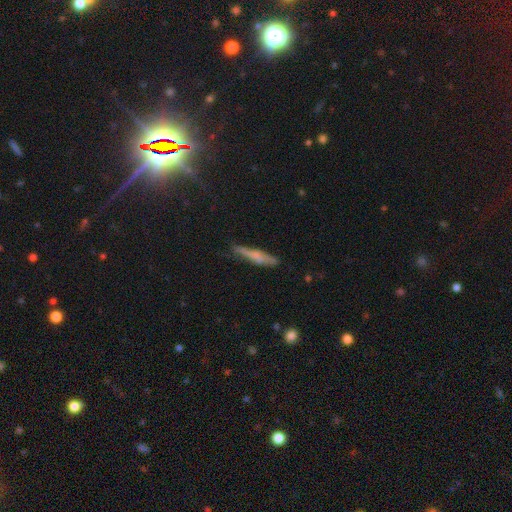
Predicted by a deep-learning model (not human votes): This appears to be a smooth galaxy with no disk features (52%) that is cigar-shaped (91%). Merging: none (73%).